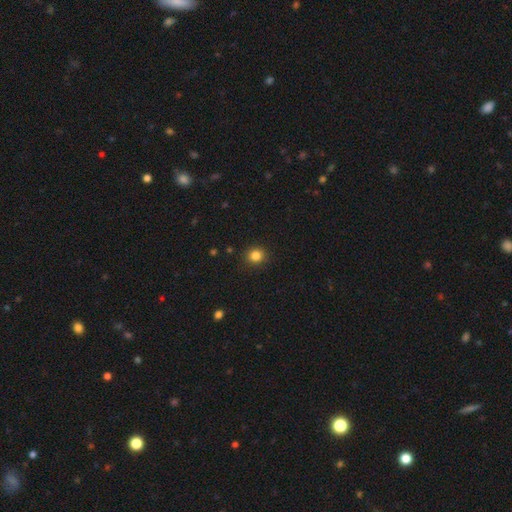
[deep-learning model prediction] The model was most divided on "smooth or featured": smooth: 84%, star or artifact: 12%, featured or disk: 4%. More confident: merging — none (90%); how rounded — round (87%).